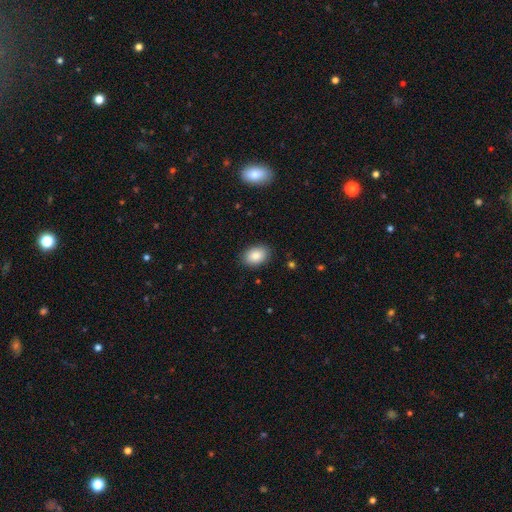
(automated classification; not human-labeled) Smooth or featured?
  - smooth: 86% *
  - star or artifact: 8%
  - featured or disk: 6%
How rounded?
  - in between: 82% *
  - round: 17%
  - cigar-shaped: 1%
Merging?
  - none: 87% *
  - minor disturbance: 9%
  - major disturbance: 2%
  - merger: 1%